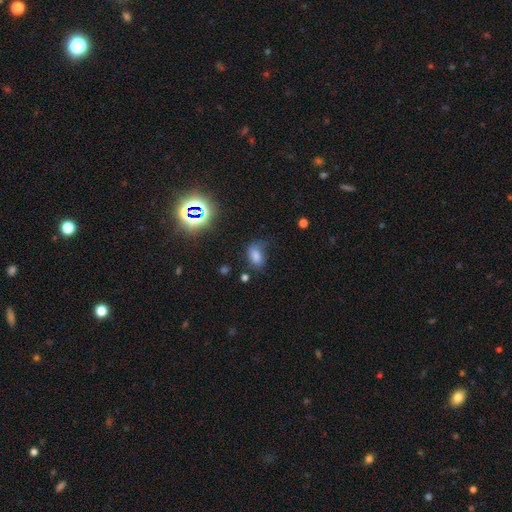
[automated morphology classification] Smooth or featured? Predicted: smooth (p=0.70). How rounded? Predicted: in between (p=0.84). Merging? Predicted: none (p=0.50).